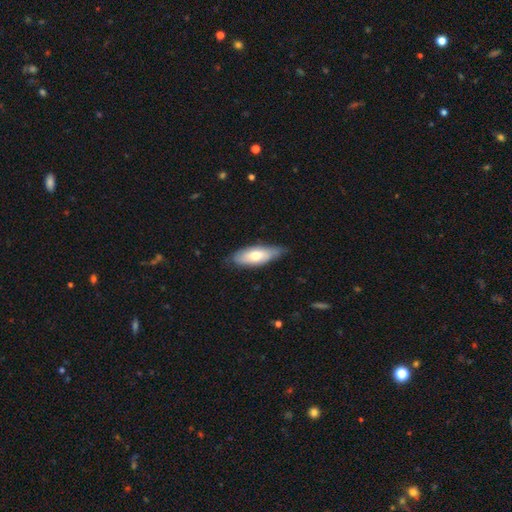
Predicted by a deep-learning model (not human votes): smooth 63%, featured or disk 31%, star or artifact 5%. Down the decision tree: how rounded — in between (73%); merging — none (68%).